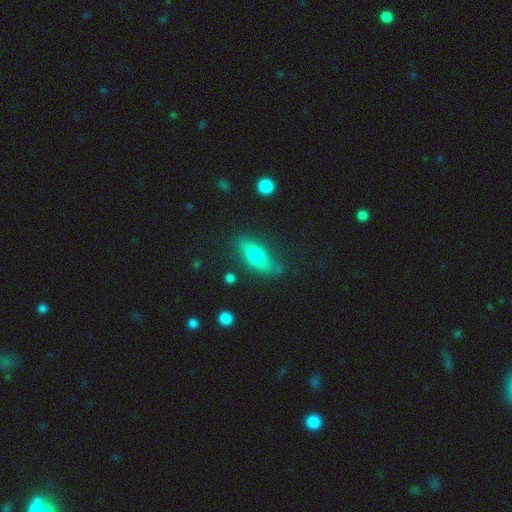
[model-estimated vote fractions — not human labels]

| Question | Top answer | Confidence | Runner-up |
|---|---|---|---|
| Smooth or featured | smooth | 67% | featured or disk (25%) |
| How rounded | in between | 67% | cigar-shaped (29%) |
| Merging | none | 77% | minor disturbance (16%) |